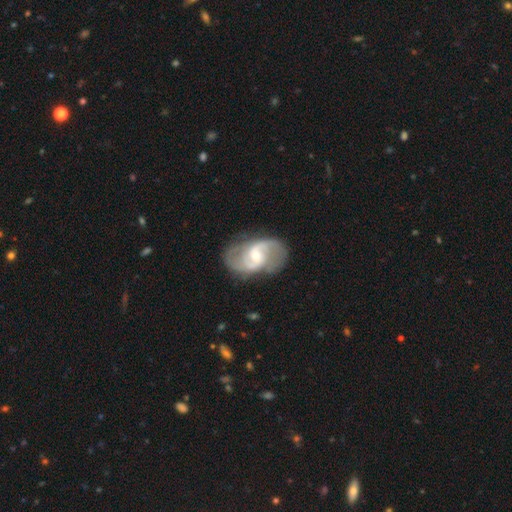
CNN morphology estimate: A featured or disk galaxy (85%) with a weak bar (50%), 2 (89%) medium (50%) spiral arms (95%) and a small central bulge (54%).

Vote fractions:
- Smooth or featured? featured or disk: 85% / smooth: 9% / star or artifact: 5%
- Edge-on disk? no: 97% / yes: 3%
- Bar? weak: 50% / no: 33% / strong: 17%
- Spiral arms? yes: 95% / no: 5%
- Spiral winding? medium: 50% / loose: 35% / tight: 15%
- Spiral arm count? 2: 89% / can't tell: 5% / 3: 2% / 1: 2% / 4: 1% / more than 4: 1%
- Bulge size? small: 54% / moderate: 41% / large: 3% / none: 2% / dominant: 1%
- Merging? none: 76% / minor disturbance: 15% / major disturbance: 8% / merger: 2%